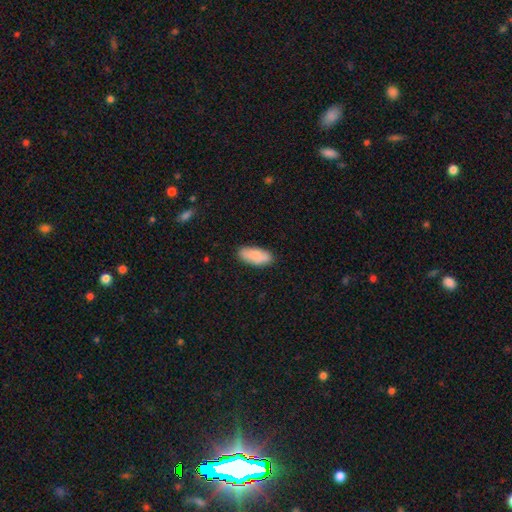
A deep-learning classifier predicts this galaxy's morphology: Q: Smooth or featured?
A: smooth (83%); runner-up: featured or disk (11%)
Q: How rounded?
A: in between (84%); runner-up: cigar-shaped (14%)
Q: Merging?
A: none (82%); runner-up: minor disturbance (14%)